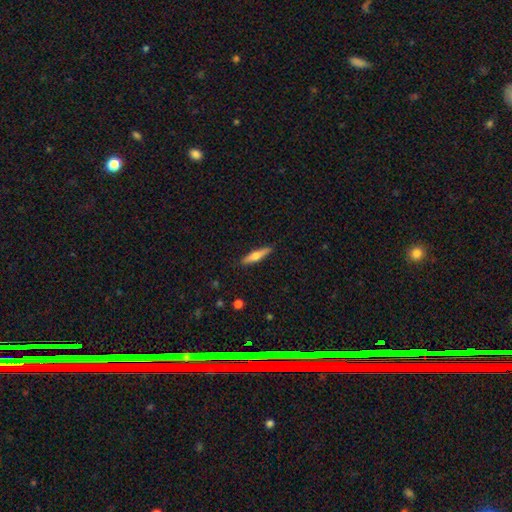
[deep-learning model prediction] Overall: smooth (49%; featured or disk 45%). Merging: none (89%).